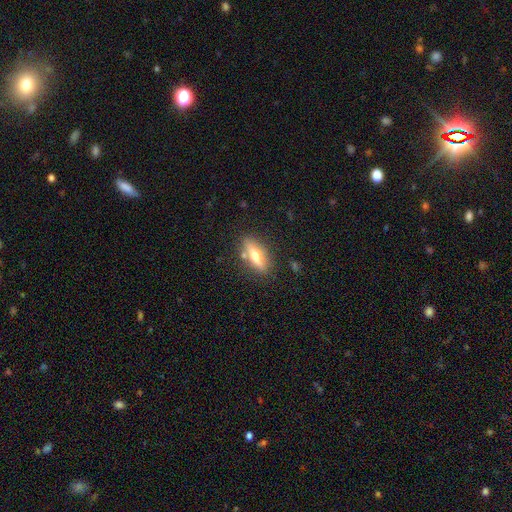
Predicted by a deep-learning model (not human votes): smooth-or-featured: smooth: 50% | featured or disk: 43% | star or artifact: 7%
  merging: none: 80% | minor disturbance: 12% | merger: 5% | major disturbance: 3%